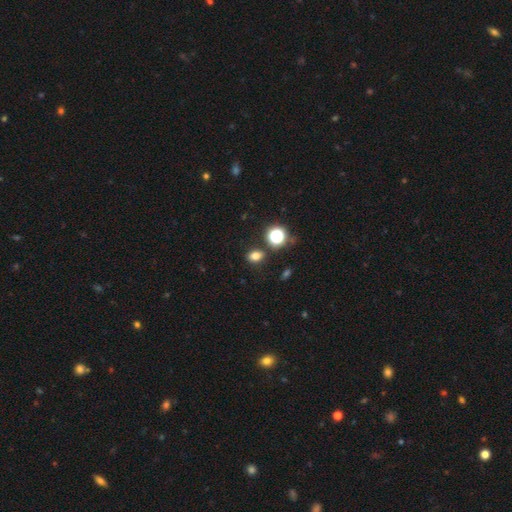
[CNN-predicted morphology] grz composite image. It shows a smooth galaxy with no disk features (74%) that is in between round and cigar-shaped (61%). Merging: none (82%).